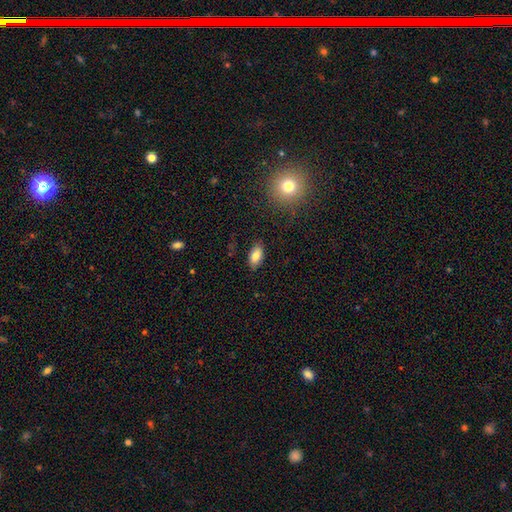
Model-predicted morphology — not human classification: Smooth or featured? smooth (82%)
How rounded? in between (92%)
Merging? none (86%)